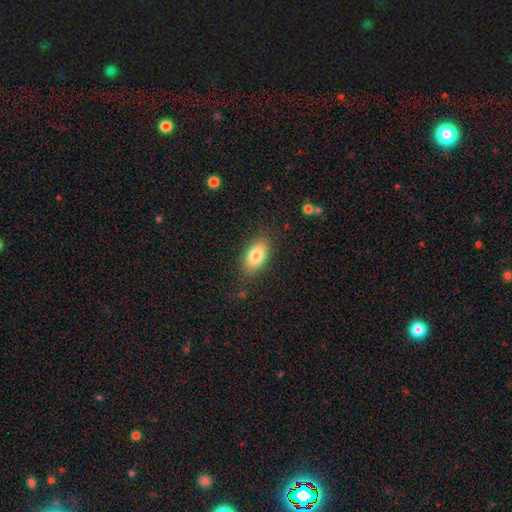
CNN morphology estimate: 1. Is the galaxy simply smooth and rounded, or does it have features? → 80% smooth, 13% featured or disk, 7% star or artifact.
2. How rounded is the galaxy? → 89% in between, 6% cigar-shaped, 5% round.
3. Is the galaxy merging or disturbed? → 83% none, 13% minor disturbance, 3% major disturbance, 1% merger.